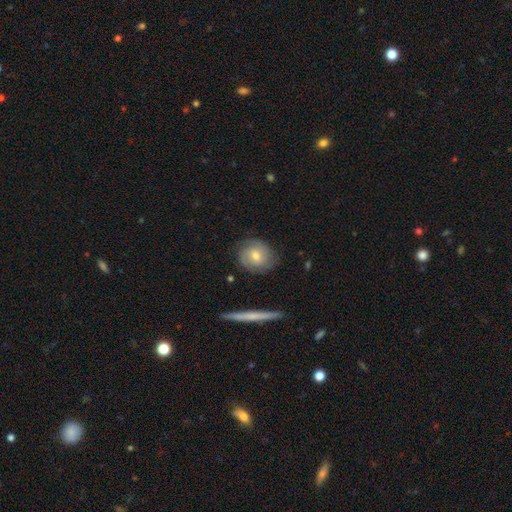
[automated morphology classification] Smooth or featured: featured or disk — 56% (smooth — 37%)
Edge-on disk: no — 94% (yes — 6%)
Bar: no — 56% (weak — 35%)
Spiral arms: yes — 85% (no — 15%)
Bulge size: moderate — 60% (small — 34%)
Merging: none — 79% (minor disturbance — 14%)